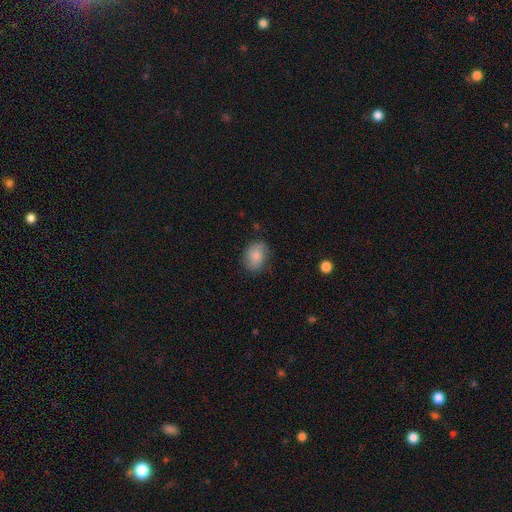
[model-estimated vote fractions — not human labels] Q: Smooth or featured?
A: smooth (74%); runner-up: featured or disk (18%)
Q: How rounded?
A: in between (56%); runner-up: round (43%)
Q: Merging?
A: none (72%); runner-up: minor disturbance (21%)